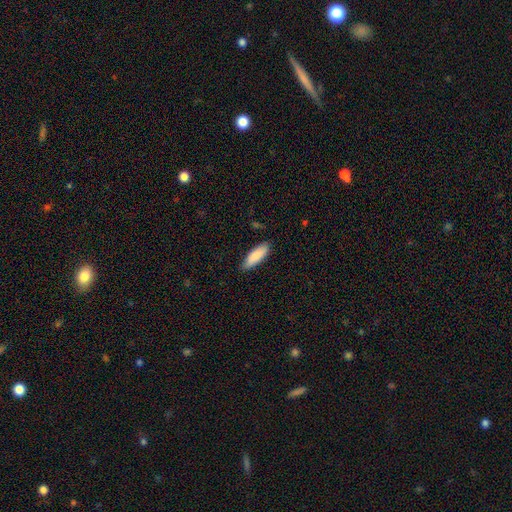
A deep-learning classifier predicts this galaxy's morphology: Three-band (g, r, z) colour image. It shows a smooth galaxy with no disk features (87%) that is in between round and cigar-shaped (61%). Merging: none (84%).